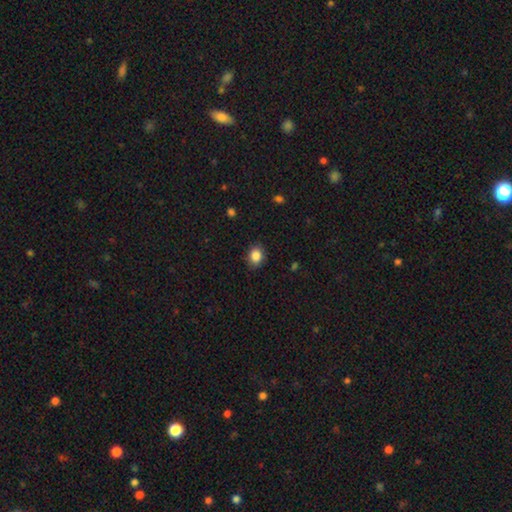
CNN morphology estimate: type=smooth (86%); roundness=in between (55%); merging=none (86%).